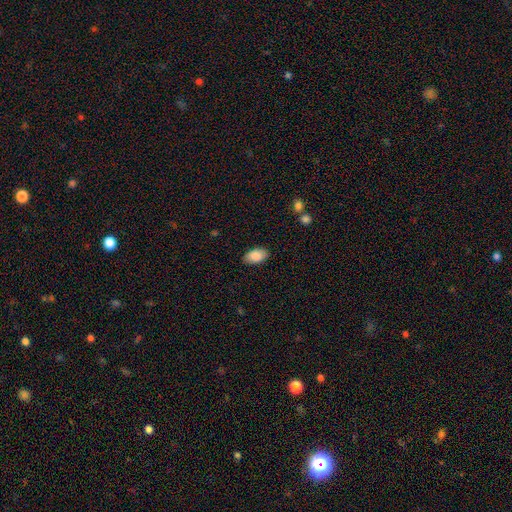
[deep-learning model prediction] Smooth or featured? smooth (87%)
How rounded? in between (94%)
Merging? none (87%)